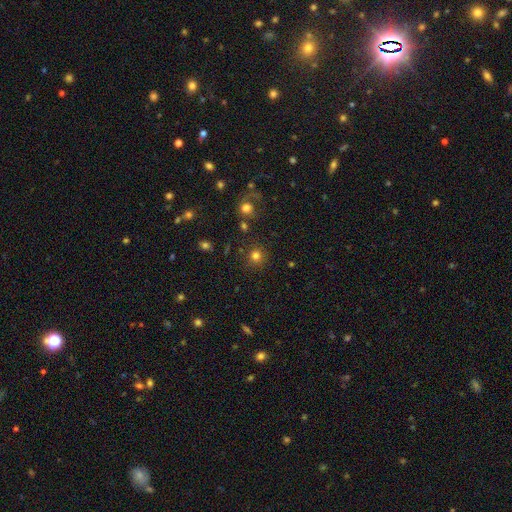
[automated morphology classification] Smooth or featured: smooth — 78% (star or artifact — 16%)
How rounded: round — 93% (in between — 6%)
Merging: none — 86% (minor disturbance — 8%)